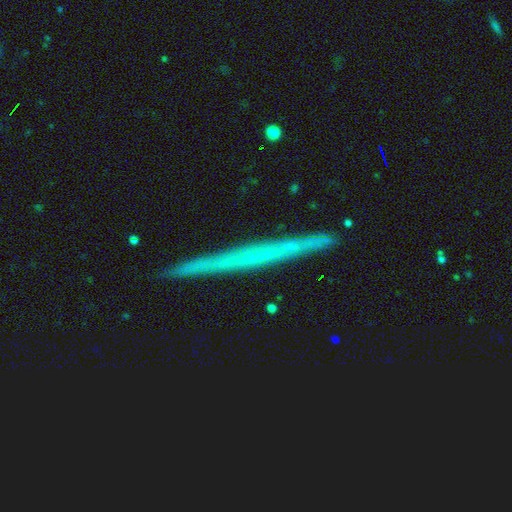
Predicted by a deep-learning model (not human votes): featured or disk 49%, smooth 32%, star or artifact 19%. Down the decision tree: merging — none (91%).